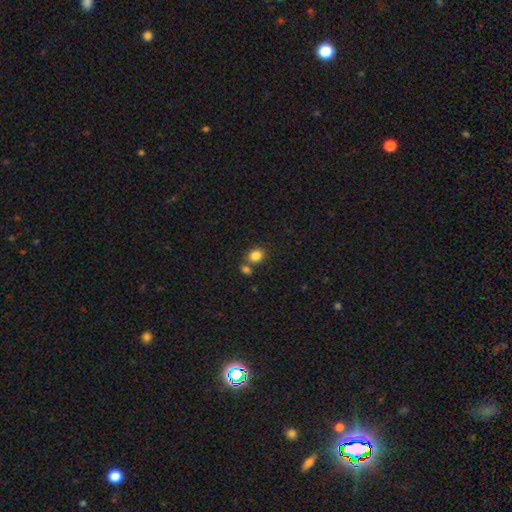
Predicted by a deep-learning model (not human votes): Smooth or featured?
  - smooth: 84% *
  - star or artifact: 10%
  - featured or disk: 5%
How rounded?
  - round: 57% *
  - in between: 42%
  - cigar-shaped: 1%
Merging?
  - none: 63% *
  - merger: 24%
  - minor disturbance: 9%
  - major disturbance: 3%